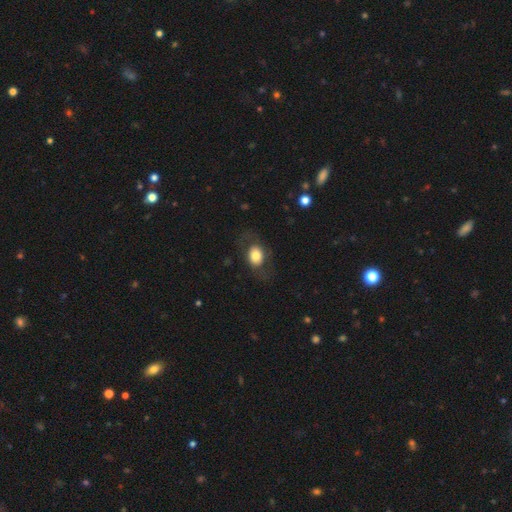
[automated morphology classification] A smooth galaxy with no disk features (71%) that is in between round and cigar-shaped (65%).

Vote fractions:
- Smooth or featured? smooth: 71% / featured or disk: 22% / star or artifact: 7%
- How rounded? in between: 65% / round: 34% / cigar-shaped: 1%
- Merging? none: 72% / minor disturbance: 15% / major disturbance: 12% / merger: 1%